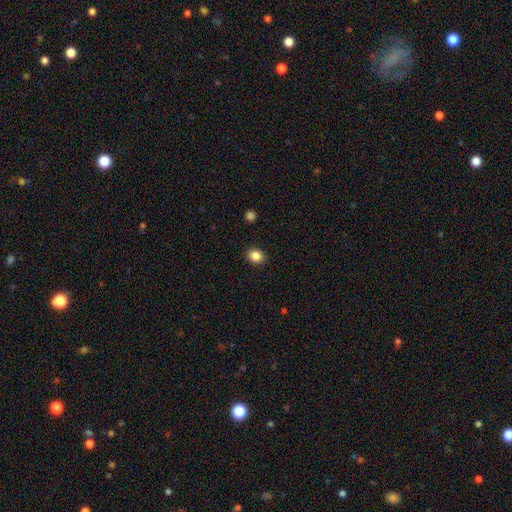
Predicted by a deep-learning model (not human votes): Overall: smooth (85%). How rounded: round (66%; in between 33%). Merging: none (90%).